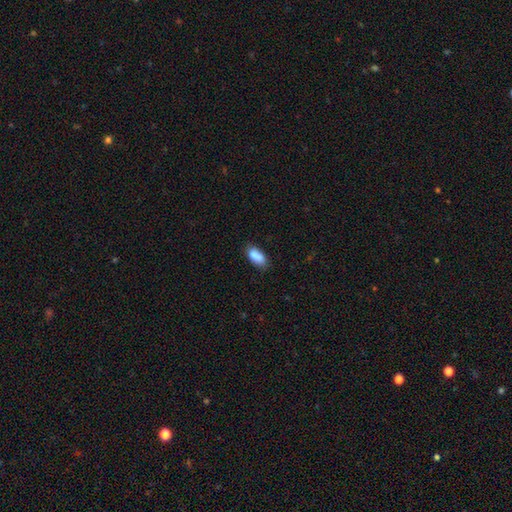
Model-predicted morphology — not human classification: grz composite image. It shows a smooth galaxy with no disk features (85%) that is in between round and cigar-shaped (88%). Merging: none (66%).